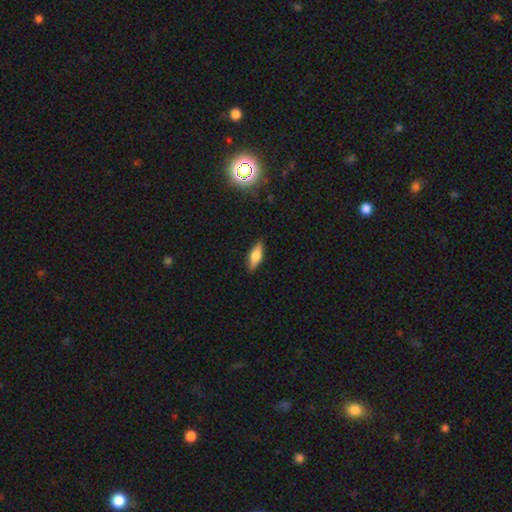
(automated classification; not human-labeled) This is likely a smooth galaxy (67%). How rounded: likely in between (62%). Merging: clearly none (88%).